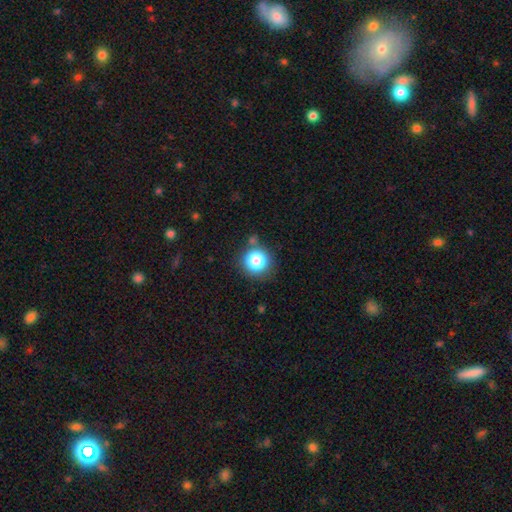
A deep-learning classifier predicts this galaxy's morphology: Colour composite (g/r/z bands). It shows a smooth galaxy with no disk features (77%) that is round (94%). Merging: none (87%).